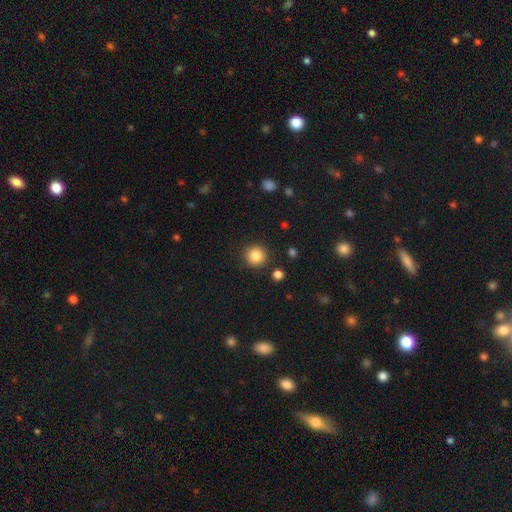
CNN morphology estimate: Q: Smooth or featured?
A: smooth (85%); runner-up: star or artifact (10%)
Q: How rounded?
A: round (94%); runner-up: in between (5%)
Q: Merging?
A: none (90%); runner-up: minor disturbance (6%)